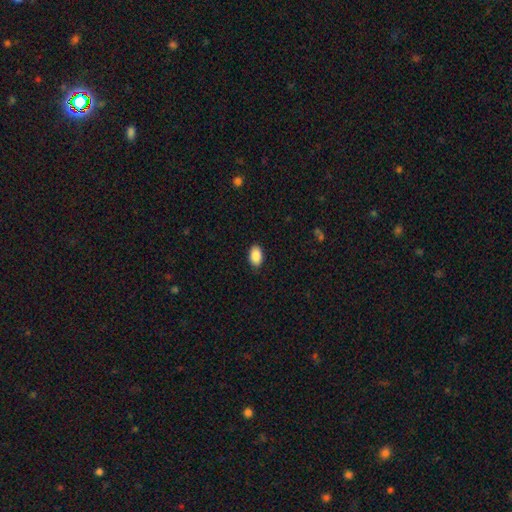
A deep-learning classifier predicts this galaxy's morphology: Smooth or featured?
  - smooth: 89% *
  - star or artifact: 7%
  - featured or disk: 4%
How rounded?
  - in between: 91% *
  - round: 8%
  - cigar-shaped: 1%
Merging?
  - none: 86% *
  - minor disturbance: 11%
  - major disturbance: 2%
  - merger: 1%